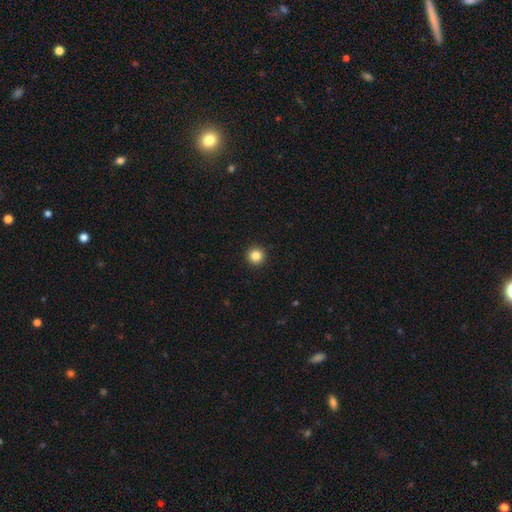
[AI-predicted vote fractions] Smooth or featured?
  - smooth: 85% *
  - star or artifact: 11%
  - featured or disk: 4%
How rounded?
  - round: 96% *
  - in between: 3%
  - cigar-shaped: 1%
Merging?
  - none: 94% *
  - minor disturbance: 4%
  - major disturbance: 1%
  - merger: 1%